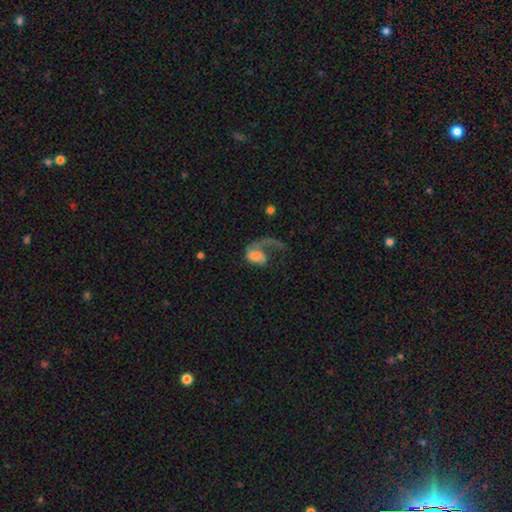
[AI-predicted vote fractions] This appears to be a featured or disk galaxy (62%) with no bar (67%), spiral arms (80%) and no central bulge (31%). Merging: major disturbance (61%).